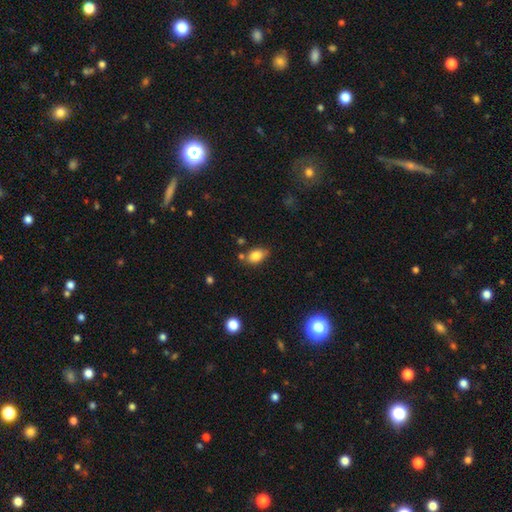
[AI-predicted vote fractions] Morphology: type=smooth (83%); roundness=in between (84%); merging=none (68%).